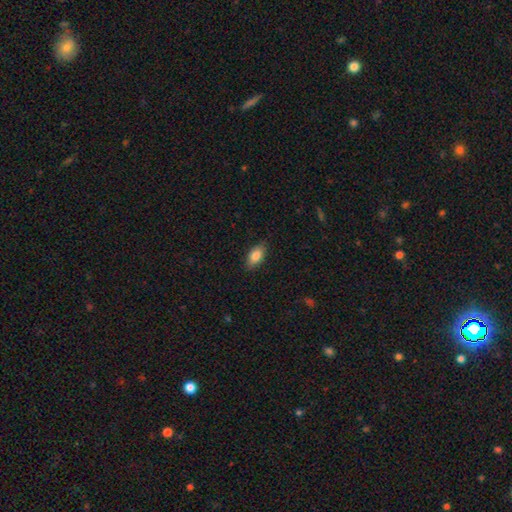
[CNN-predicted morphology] The model was most divided on "smooth or featured": smooth: 83%, featured or disk: 10%, star or artifact: 7%. More confident: how rounded — in between (89%); merging — none (85%).